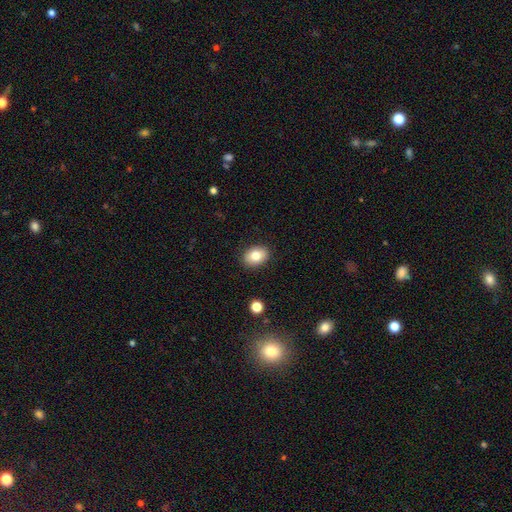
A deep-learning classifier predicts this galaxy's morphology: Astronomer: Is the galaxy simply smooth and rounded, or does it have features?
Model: smooth — 81%.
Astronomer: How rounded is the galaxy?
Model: in between — 72%.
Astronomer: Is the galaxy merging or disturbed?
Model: none — 89%.